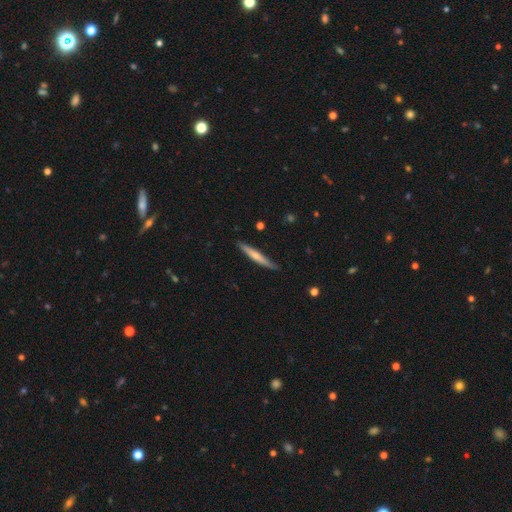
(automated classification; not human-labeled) Morphology: type=smooth (55%); roundness=cigar-shaped (95%); merging=none (86%).